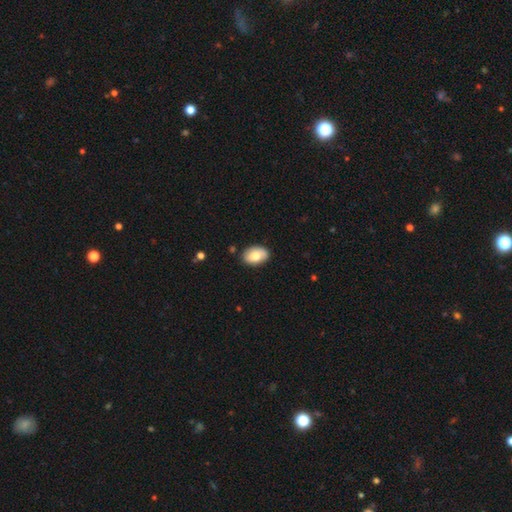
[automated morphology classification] Smooth or featured? Predicted: smooth (p=0.78). How rounded? Predicted: in between (p=0.89). Merging? Predicted: none (p=0.83).